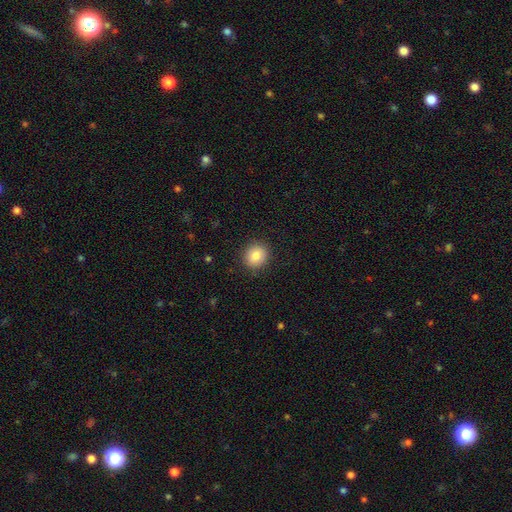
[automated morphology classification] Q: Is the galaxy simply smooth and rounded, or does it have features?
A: smooth — 82%.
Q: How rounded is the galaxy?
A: round — 81%.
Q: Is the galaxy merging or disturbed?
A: none — 90%.